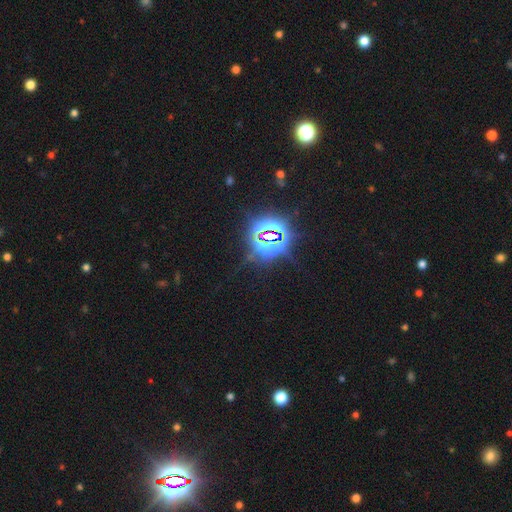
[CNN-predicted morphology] Smooth or featured?
  - star or artifact: 84% *
  - smooth: 10%
  - featured or disk: 6%